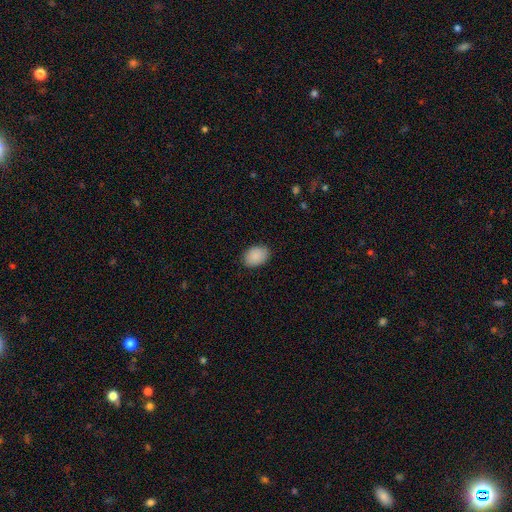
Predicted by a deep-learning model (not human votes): smooth_or_featured: smooth (p=0.90) [alt: star or artifact p=0.07]
how_rounded: in between (p=0.83) [alt: round p=0.16]
merging: none (p=0.87) [alt: minor disturbance p=0.10]